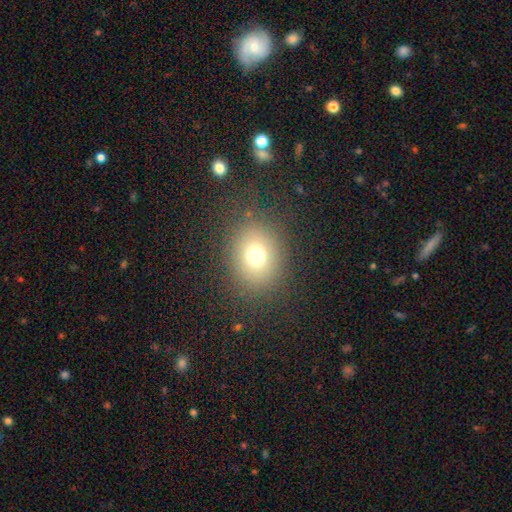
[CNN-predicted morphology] Smooth or featured: smooth — 70% (star or artifact — 19%)
How rounded: round — 64% (in between — 35%)
Merging: none — 83% (minor disturbance — 9%)